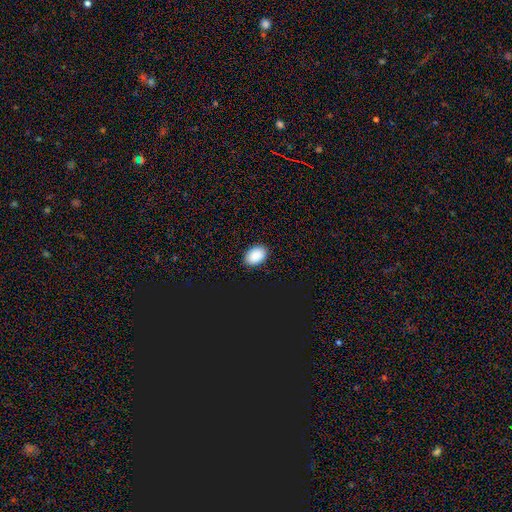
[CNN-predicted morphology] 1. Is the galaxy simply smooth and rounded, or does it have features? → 88% smooth, 9% star or artifact, 3% featured or disk.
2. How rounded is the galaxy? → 82% in between, 17% round, 1% cigar-shaped.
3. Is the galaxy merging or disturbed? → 89% none, 8% minor disturbance, 2% major disturbance, 1% merger.